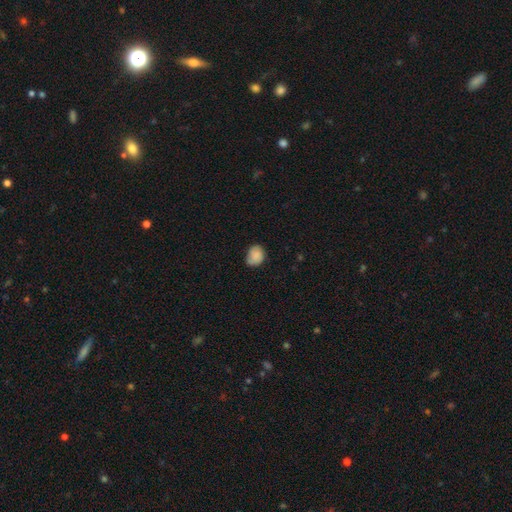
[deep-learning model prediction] Smooth or featured?
  - smooth: 79% *
  - featured or disk: 13%
  - star or artifact: 8%
How rounded?
  - round: 56% *
  - in between: 43%
  - cigar-shaped: 1%
Merging?
  - none: 64% *
  - minor disturbance: 29%
  - major disturbance: 6%
  - merger: 2%